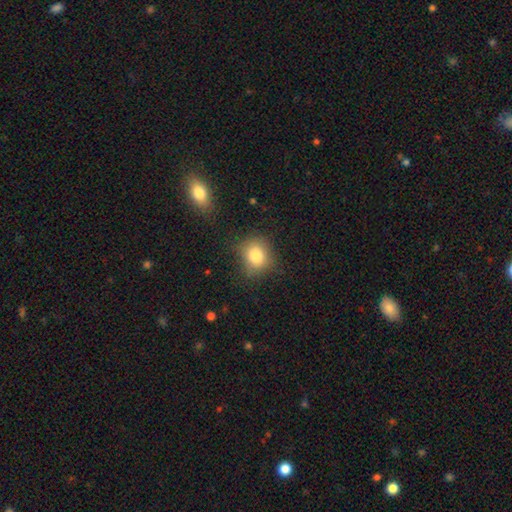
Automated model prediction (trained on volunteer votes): smooth-or-featured: smooth: 81% | star or artifact: 11% | featured or disk: 9%
  how-rounded: round: 72% | in between: 27% | cigar-shaped: 1%
  merging: none: 76% | minor disturbance: 17% | major disturbance: 5% | merger: 2%